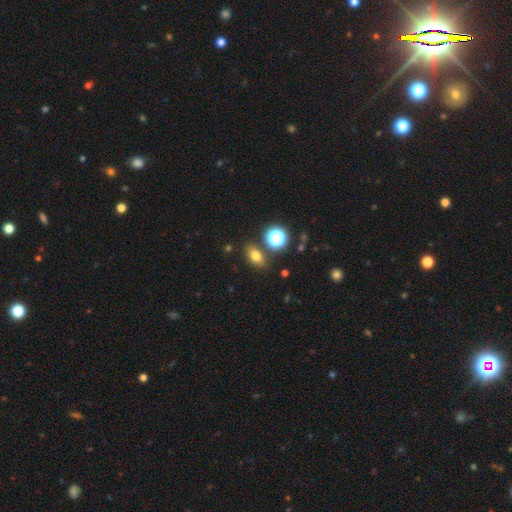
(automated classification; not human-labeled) This appears to be a smooth galaxy with no disk features (72%) that is in between round and cigar-shaped (74%). Merging: none (79%).